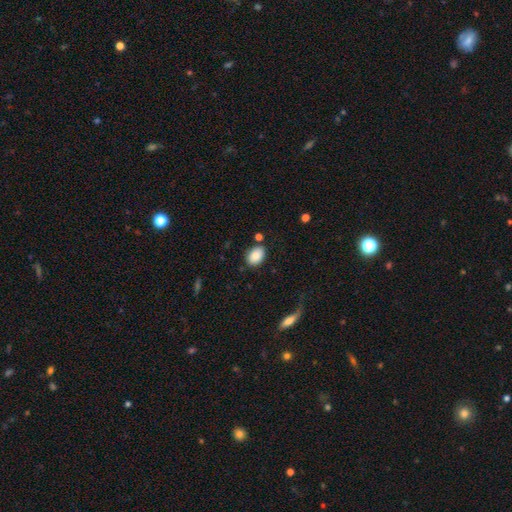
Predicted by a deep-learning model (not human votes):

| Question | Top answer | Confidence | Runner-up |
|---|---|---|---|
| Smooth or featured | smooth | 87% | star or artifact (7%) |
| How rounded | in between | 80% | round (19%) |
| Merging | none | 80% | minor disturbance (12%) |